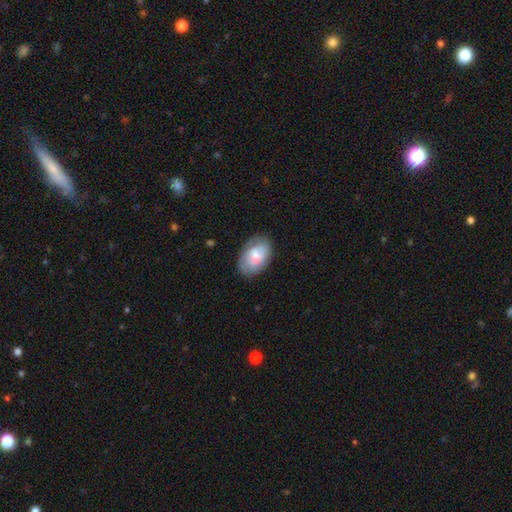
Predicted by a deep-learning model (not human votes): Smooth or featured?
  - smooth: 65% *
  - featured or disk: 29%
  - star or artifact: 6%
How rounded?
  - in between: 91% *
  - round: 8%
  - cigar-shaped: 1%
Merging?
  - none: 79% *
  - minor disturbance: 16%
  - major disturbance: 4%
  - merger: 1%